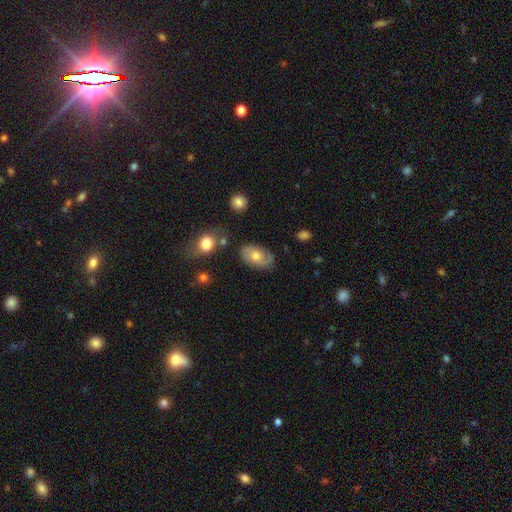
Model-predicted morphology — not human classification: smooth_or_featured: featured or disk (p=0.53) [alt: smooth p=0.39]
disk_edge_on: no (p=0.94) [alt: yes p=0.06]
merging: none (p=0.69) [alt: minor disturbance p=0.20]